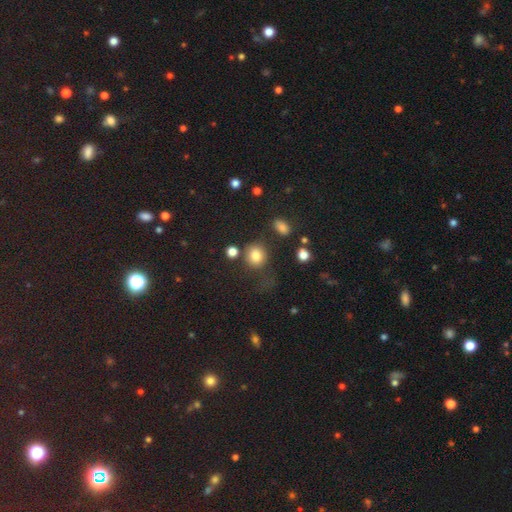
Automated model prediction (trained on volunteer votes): smooth_or_featured: smooth (p=0.81) [alt: star or artifact p=0.12]
how_rounded: round (p=0.74) [alt: in between p=0.25]
merging: none (p=0.66) [alt: minor disturbance p=0.16]